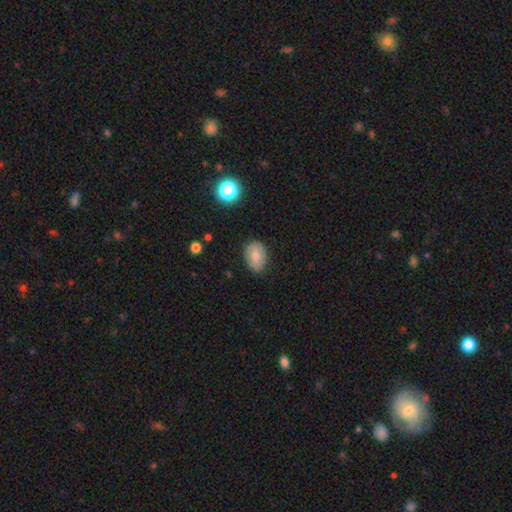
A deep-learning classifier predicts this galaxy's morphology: Smooth or featured? smooth (68%)
How rounded? in between (67%)
Merging? none (78%)